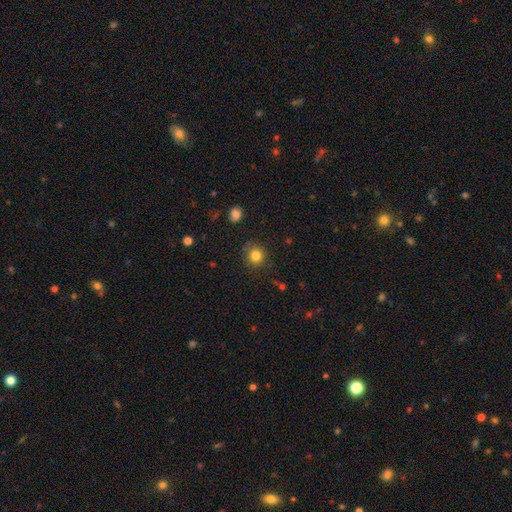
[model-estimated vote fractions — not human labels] Smooth or featured? Predicted: smooth (p=0.82). How rounded? Predicted: round (p=0.90). Merging? Predicted: none (p=0.84).